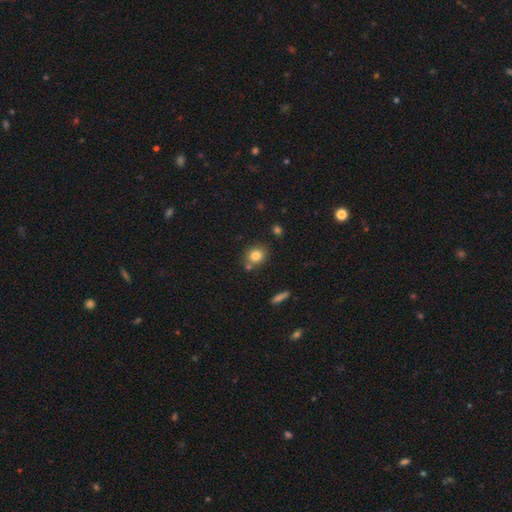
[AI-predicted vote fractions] smooth-or-featured: smooth: 81% | star or artifact: 11% | featured or disk: 9%
  how-rounded: round: 73% | in between: 26% | cigar-shaped: 1%
  merging: none: 72% | merger: 14% | minor disturbance: 12% | major disturbance: 3%